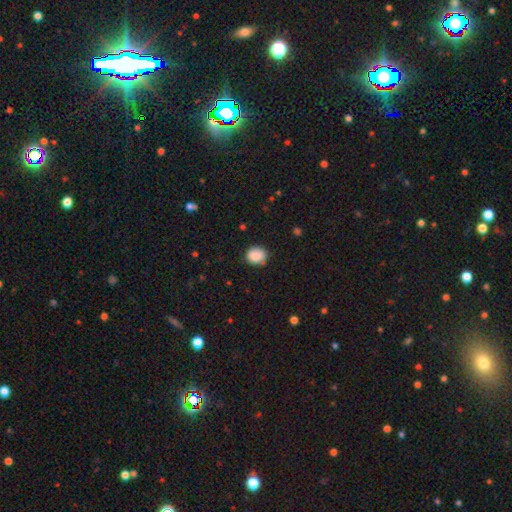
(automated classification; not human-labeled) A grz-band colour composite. It shows a smooth galaxy with no disk features (86%) that is round (71%). Merging: none (78%).